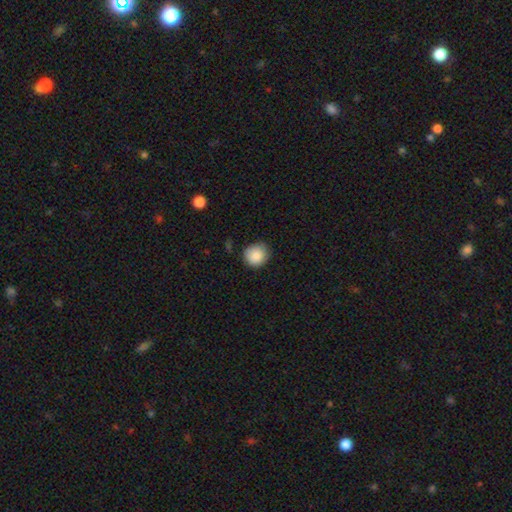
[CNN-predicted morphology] This appears to be a smooth galaxy with no disk features (88%) that is round (87%). Merging: none (78%).